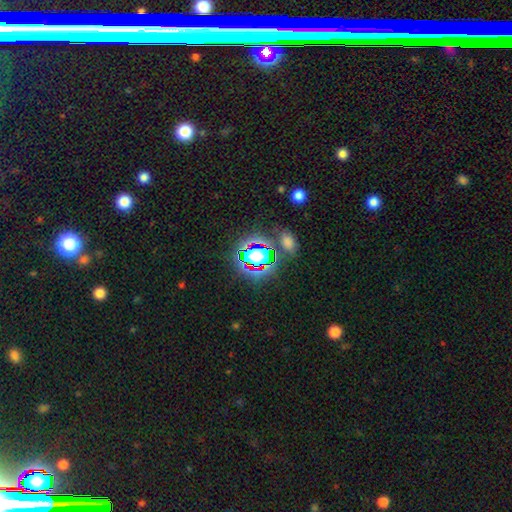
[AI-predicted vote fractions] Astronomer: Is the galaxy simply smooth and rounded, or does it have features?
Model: star or artifact — 57%.